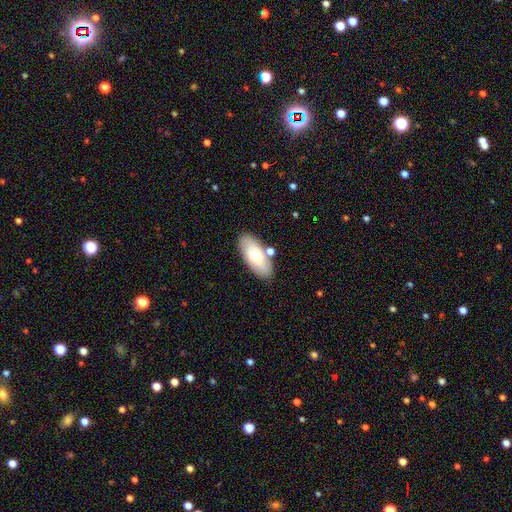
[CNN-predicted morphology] A smooth galaxy with no disk features (63%) that is in between round and cigar-shaped (89%). Merging: none (76%).